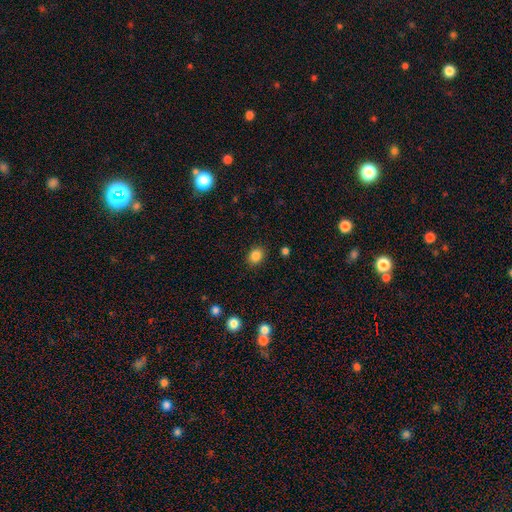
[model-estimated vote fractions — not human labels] Smooth or featured: smooth — 85% (star or artifact — 10%)
How rounded: round — 56% (in between — 43%)
Merging: none — 89% (minor disturbance — 8%)